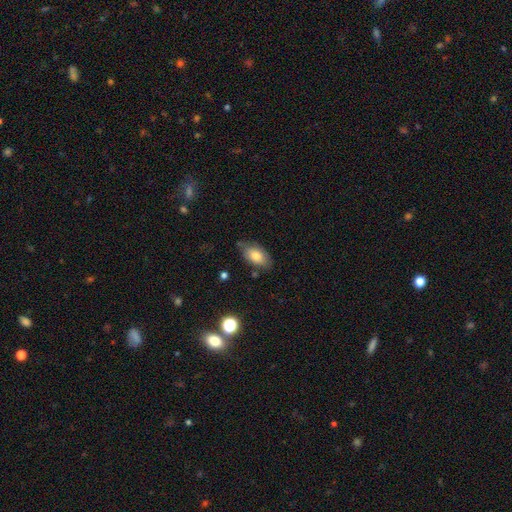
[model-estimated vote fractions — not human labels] Overall: smooth (78%). How rounded: in between (92%). Merging: none (66%).